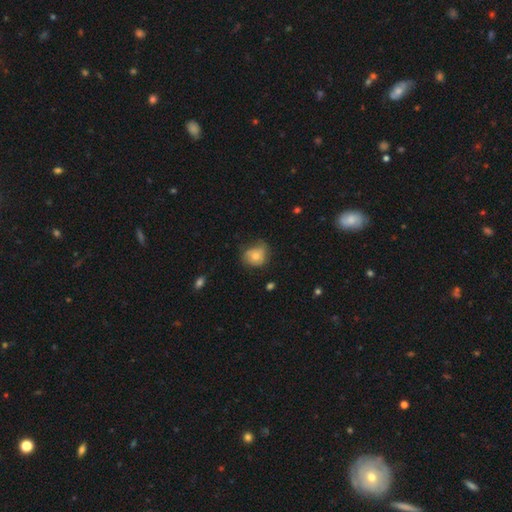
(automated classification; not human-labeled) smooth_or_featured: smooth (p=0.69) [alt: featured or disk p=0.22]
how_rounded: round (p=0.65) [alt: in between p=0.35]
merging: none (p=0.50) [alt: minor disturbance p=0.36]